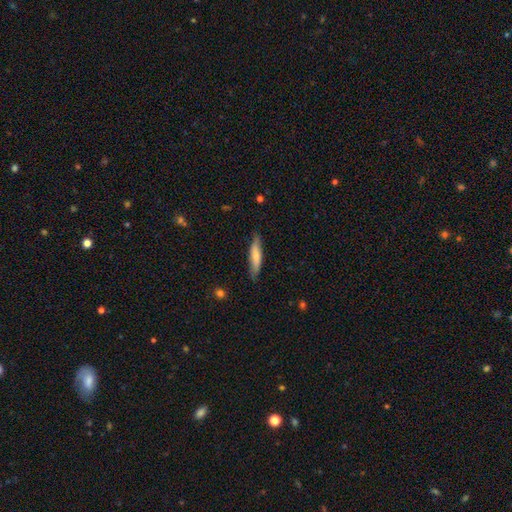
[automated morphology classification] Overall: smooth (71%). How rounded: cigar-shaped (81%). Merging: none (82%).